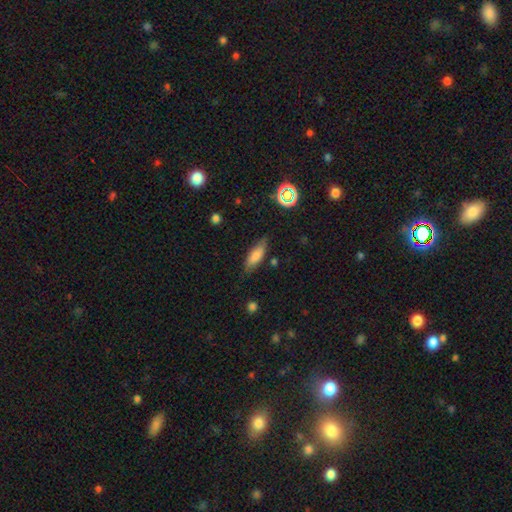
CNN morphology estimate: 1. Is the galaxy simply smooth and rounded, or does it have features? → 76% smooth, 16% featured or disk, 8% star or artifact.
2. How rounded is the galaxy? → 61% in between, 37% cigar-shaped, 2% round.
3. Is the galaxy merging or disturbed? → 77% none, 17% minor disturbance, 3% major disturbance, 2% merger.